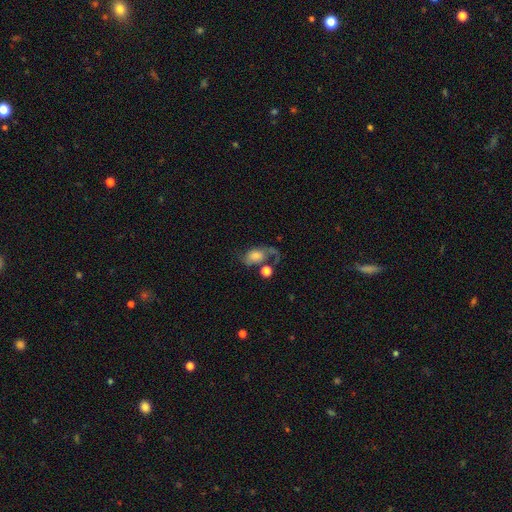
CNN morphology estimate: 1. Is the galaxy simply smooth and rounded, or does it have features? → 50% featured or disk, 39% smooth, 11% star or artifact.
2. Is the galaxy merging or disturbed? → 36% major disturbance, 30% none, 17% minor disturbance, 17% merger.